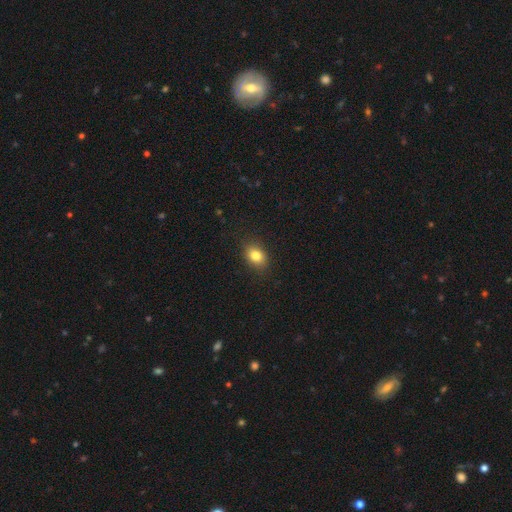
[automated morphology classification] This appears to be a smooth galaxy with no disk features (82%) that is in between round and cigar-shaped (69%). Merging: none (87%).